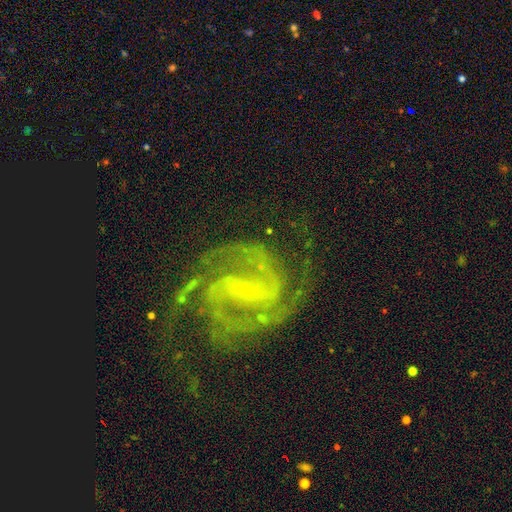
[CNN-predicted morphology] Smooth or featured? featured or disk (93%)
Edge-on disk? no (98%)
Bar? strong (51%)
Spiral arms? yes (99%)
Spiral winding? medium (51%)
Spiral arm count? 2 (63%)
Bulge size? small (78%)
Merging? none (67%)